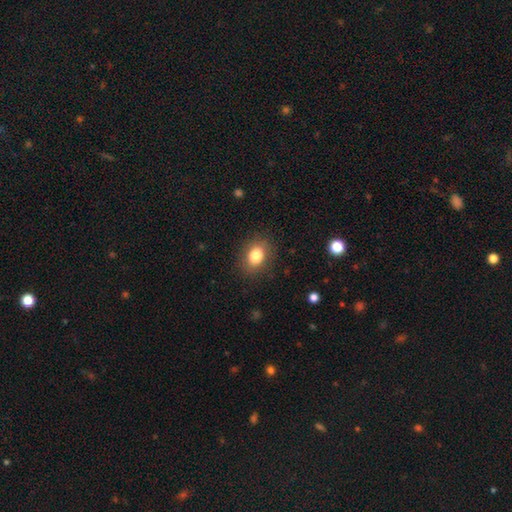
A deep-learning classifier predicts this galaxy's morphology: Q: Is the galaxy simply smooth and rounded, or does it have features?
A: smooth — 82%.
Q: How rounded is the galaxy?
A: in between — 63%.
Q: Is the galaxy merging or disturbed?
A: none — 86%.